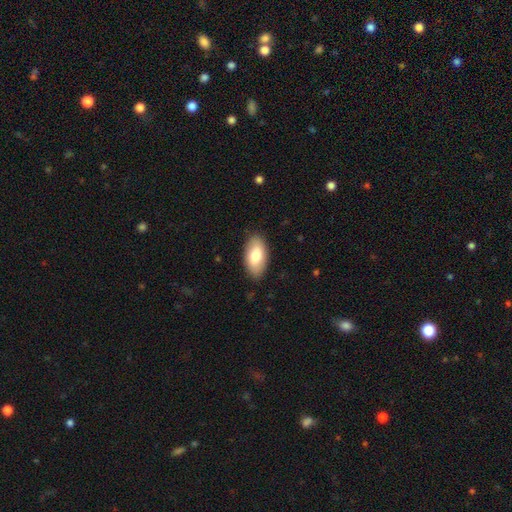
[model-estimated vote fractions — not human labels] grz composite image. It shows a smooth galaxy with no disk features (80%) that is in between round and cigar-shaped (94%). Merging: none (86%).